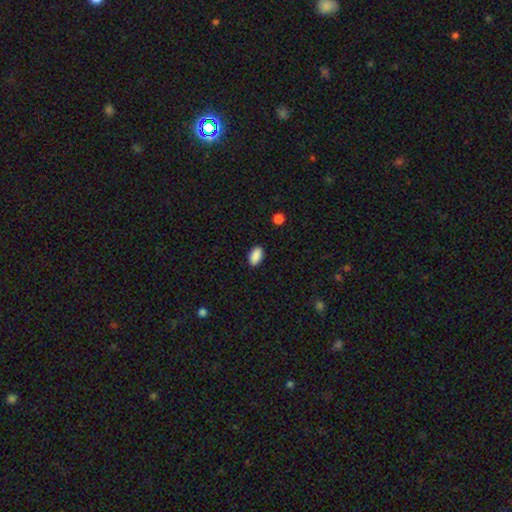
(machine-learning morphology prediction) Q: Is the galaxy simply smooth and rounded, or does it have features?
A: smooth — 90%.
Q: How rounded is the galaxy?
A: in between — 93%.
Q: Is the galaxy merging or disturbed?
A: none — 89%.